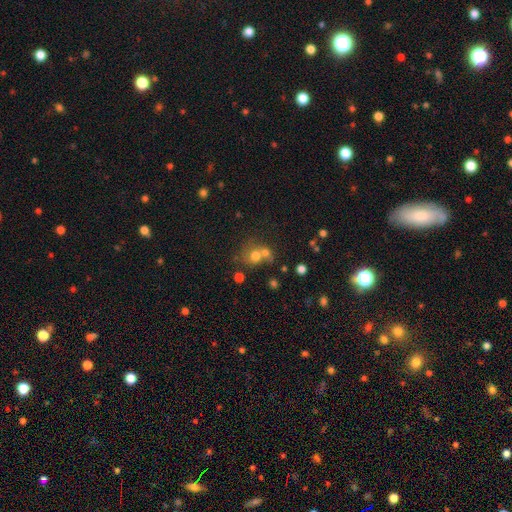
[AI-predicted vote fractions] This appears to be a smooth galaxy with no disk features (69%) that is round (73%). Merging: merger (53%).